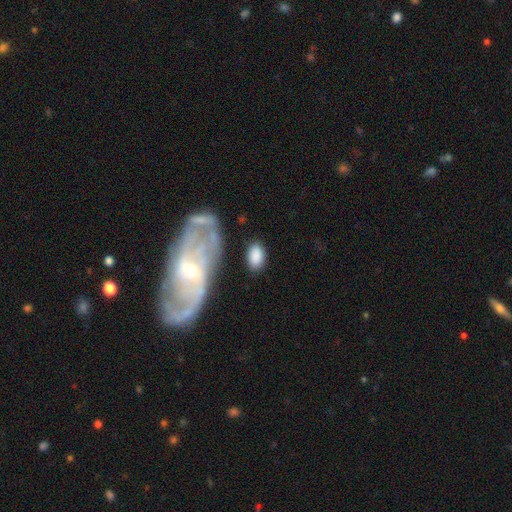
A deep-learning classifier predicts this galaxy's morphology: type=smooth (83%); roundness=in between (91%); merging=none (73%).